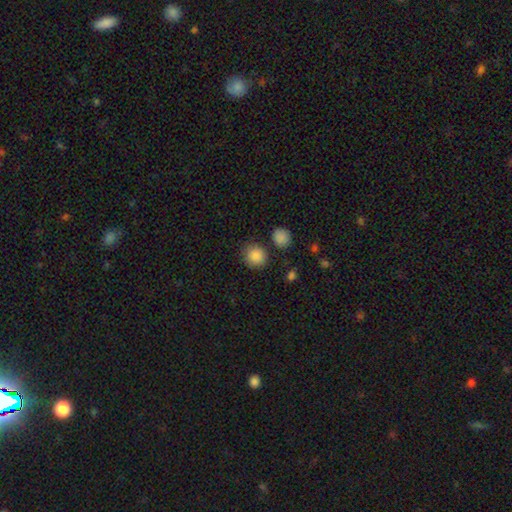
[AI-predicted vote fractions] A smooth galaxy with no disk features (87%) that is round (87%). Merging: none (82%).